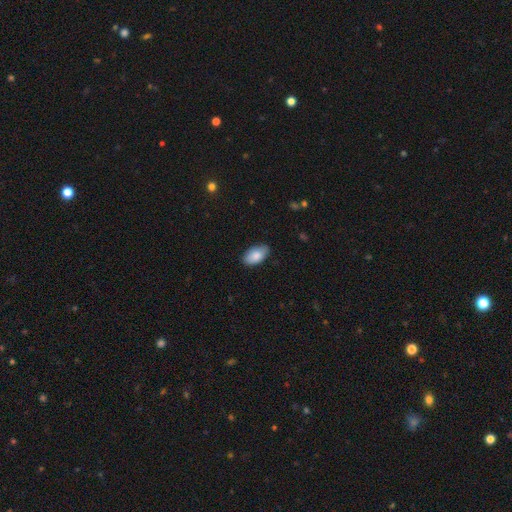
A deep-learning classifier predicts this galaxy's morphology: Q: Smooth or featured?
A: smooth (85%); runner-up: featured or disk (9%)
Q: How rounded?
A: in between (95%); runner-up: round (3%)
Q: Merging?
A: none (84%); runner-up: minor disturbance (13%)